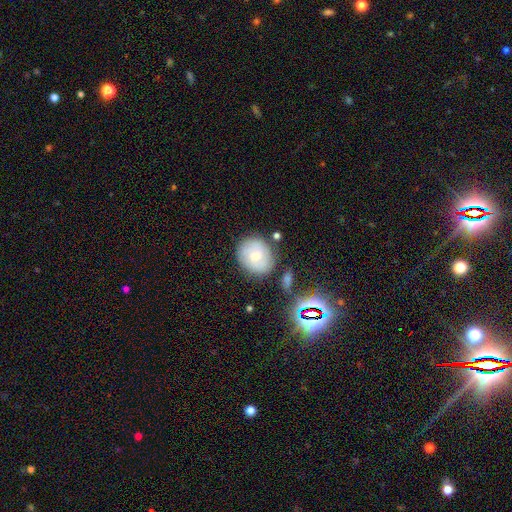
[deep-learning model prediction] The model was most divided on "smooth or featured": smooth: 59%, featured or disk: 33%, star or artifact: 9%. More confident: how rounded — round (75%); merging — none (75%).